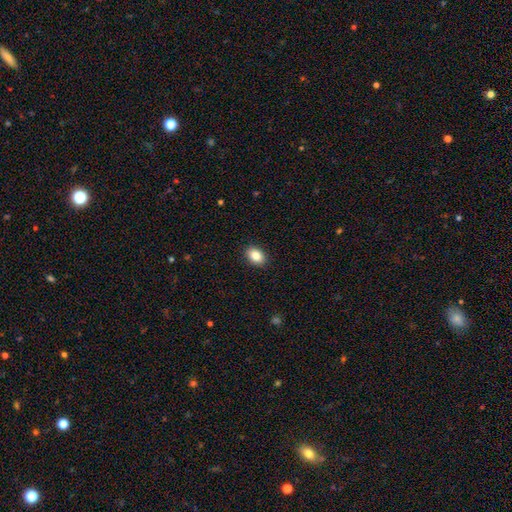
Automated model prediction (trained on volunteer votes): smooth-or-featured: smooth: 86% | star or artifact: 8% | featured or disk: 6%
  how-rounded: in between: 80% | round: 19% | cigar-shaped: 1%
  merging: none: 90% | minor disturbance: 7% | major disturbance: 2% | merger: 1%